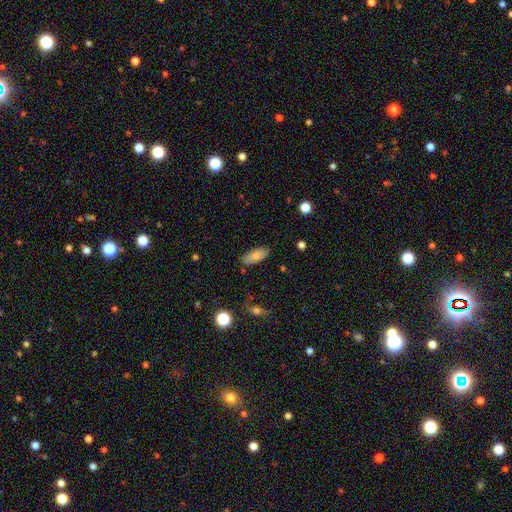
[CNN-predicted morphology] This appears to be a smooth galaxy with no disk features (79%) that is in between round and cigar-shaped (86%). Merging: none (83%).